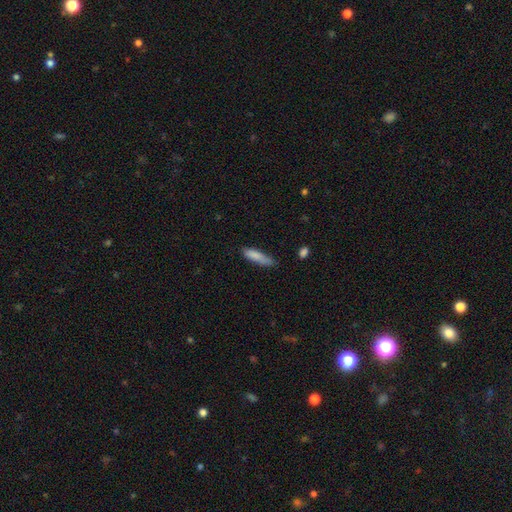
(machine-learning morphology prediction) Smooth or featured? Predicted: smooth (p=0.83). How rounded? Predicted: cigar-shaped (p=0.73). Merging? Predicted: none (p=0.62).